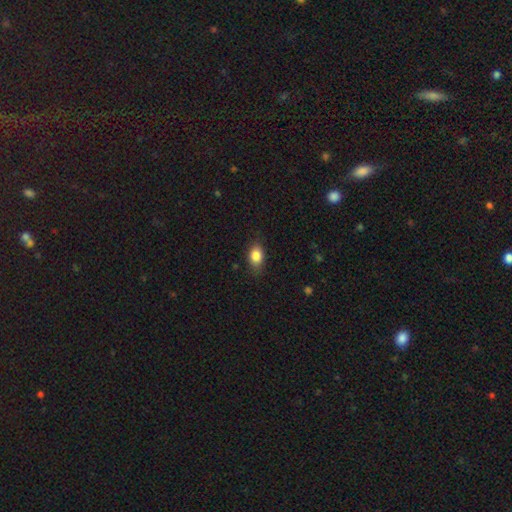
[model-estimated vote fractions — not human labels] smooth_or_featured: smooth (p=0.85) [alt: star or artifact p=0.08]
how_rounded: in between (p=0.80) [alt: round p=0.17]
merging: none (p=0.80) [alt: minor disturbance p=0.16]